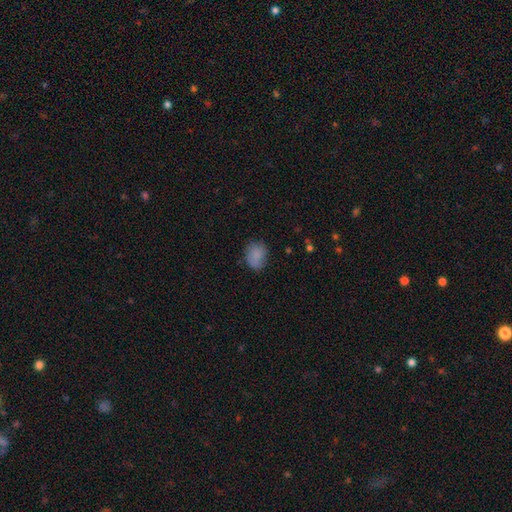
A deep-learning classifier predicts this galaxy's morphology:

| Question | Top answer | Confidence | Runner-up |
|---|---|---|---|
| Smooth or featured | smooth | 84% | star or artifact (9%) |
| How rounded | in between | 54% | round (45%) |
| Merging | none | 69% | minor disturbance (23%) |